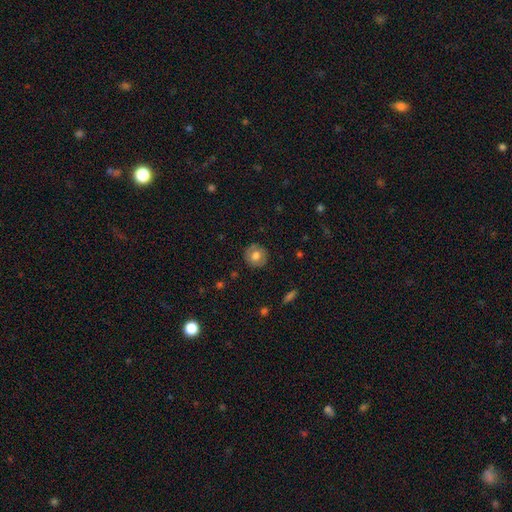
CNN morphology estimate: type=smooth (67%); roundness=round (89%); merging=none (84%).